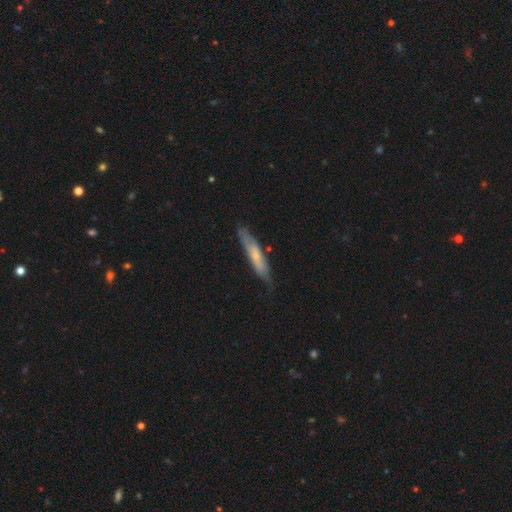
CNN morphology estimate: A smooth galaxy with no disk features (50%) that is cigar-shaped (86%). Merging: none (74%).